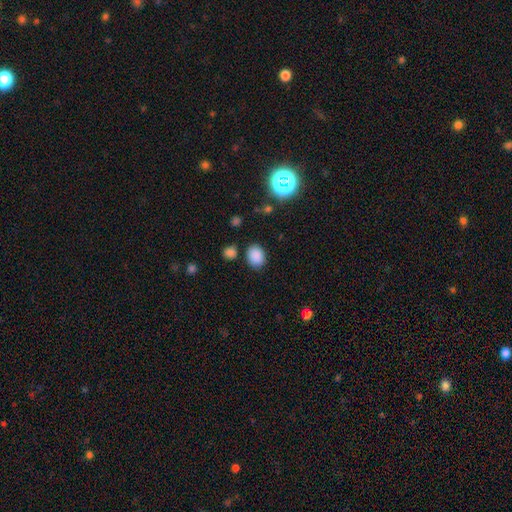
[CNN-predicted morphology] Overall: smooth (84%). How rounded: in between (58%; round 41%). Merging: none (81%).